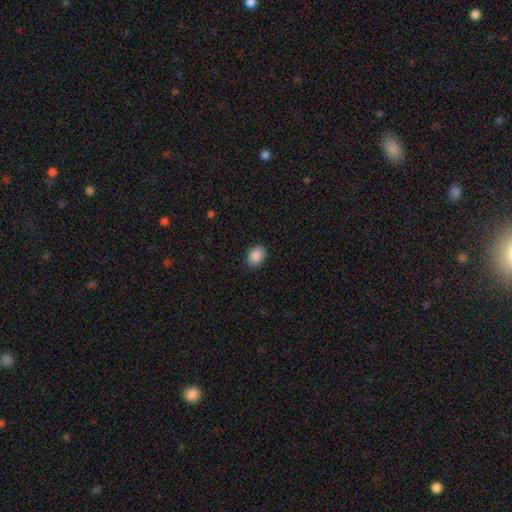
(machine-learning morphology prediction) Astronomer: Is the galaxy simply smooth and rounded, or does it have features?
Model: smooth — 90%.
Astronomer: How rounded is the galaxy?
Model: in between — 75%.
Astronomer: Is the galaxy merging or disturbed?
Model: none — 88%.